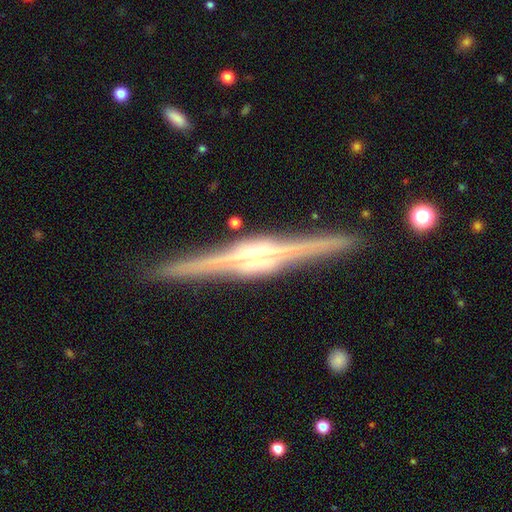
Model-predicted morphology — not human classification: smooth_or_featured: featured or disk (p=0.90) [alt: smooth p=0.05]
disk_edge_on: yes (p=0.98) [alt: no p=0.02]
edge_on_bulge: rounded (p=0.51) [alt: boxy p=0.45]
merging: none (p=0.91) [alt: minor disturbance p=0.07]